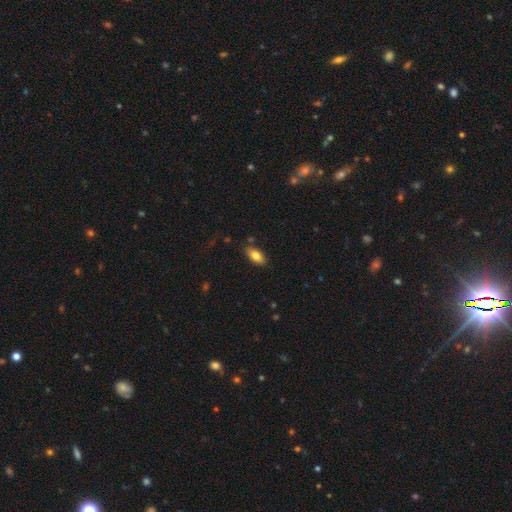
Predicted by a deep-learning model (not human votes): Overall: smooth (81%). How rounded: in between (88%). Merging: none (82%).